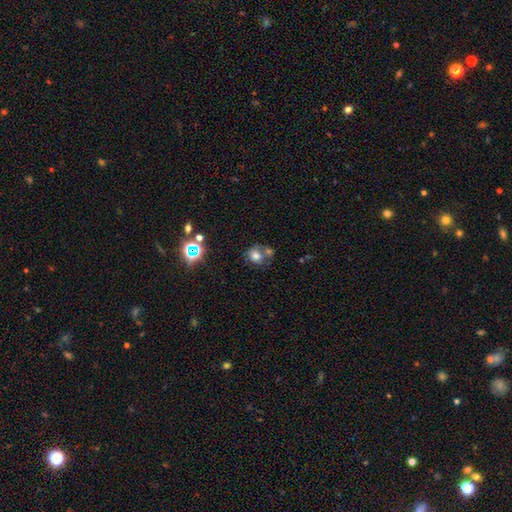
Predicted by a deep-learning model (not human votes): A smooth galaxy with no disk features (67%) that is round (66%).

Vote fractions:
- Smooth or featured? smooth: 67% / featured or disk: 17% / star or artifact: 15%
- How rounded? round: 66% / in between: 34% / cigar-shaped: 1%
- Merging? none: 39% / merger: 38% / minor disturbance: 14% / major disturbance: 8%